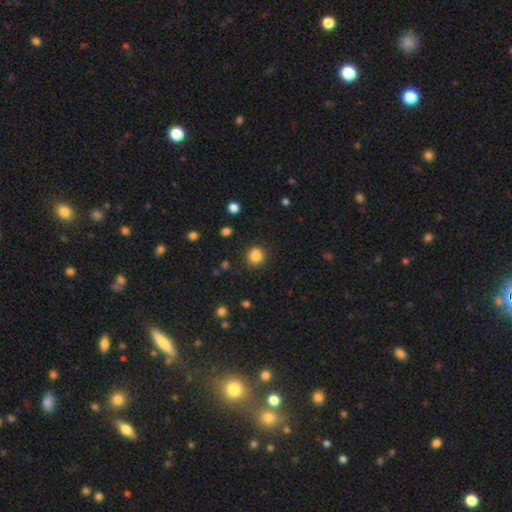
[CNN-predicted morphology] The model was most divided on "how rounded": round: 82%, in between: 17%, cigar-shaped: 1%. More confident: merging — none (87%); smooth or featured — smooth (85%).